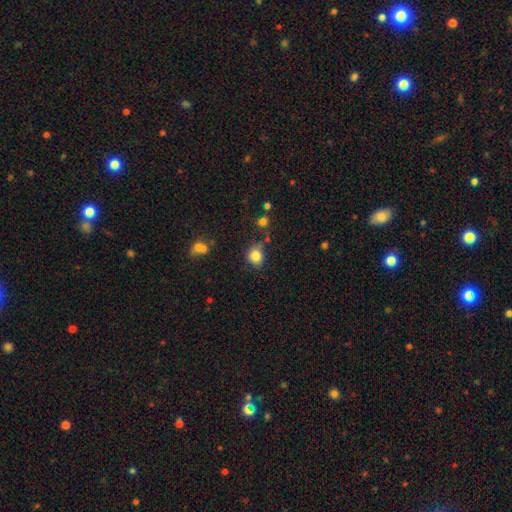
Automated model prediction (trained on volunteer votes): smooth_or_featured: smooth (p=0.82) [alt: star or artifact p=0.11]
how_rounded: round (p=0.70) [alt: in between p=0.29]
merging: none (p=0.71) [alt: minor disturbance p=0.19]